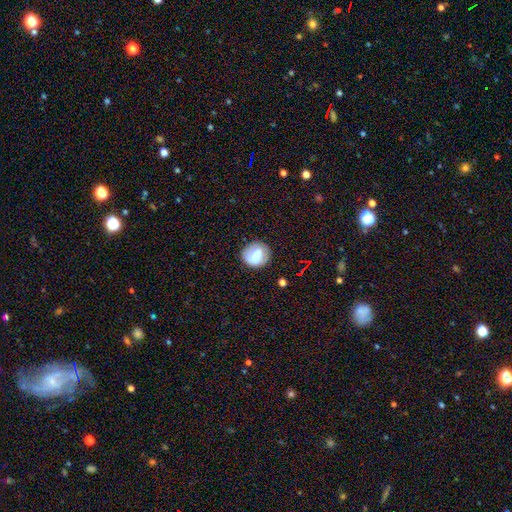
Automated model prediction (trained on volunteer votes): A smooth galaxy with no disk features (71%) that is round (85%).

Vote fractions:
- Smooth or featured? smooth: 71% / featured or disk: 21% / star or artifact: 8%
- How rounded? round: 85% / in between: 14% / cigar-shaped: 1%
- Merging? none: 81% / minor disturbance: 13% / major disturbance: 4% / merger: 1%